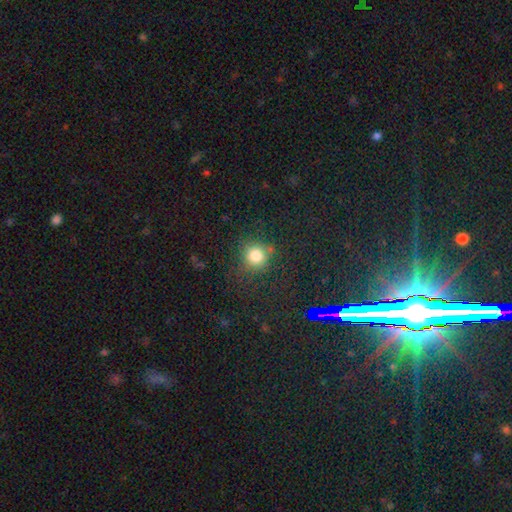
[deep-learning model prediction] Q: Smooth or featured?
A: smooth (76%); runner-up: star or artifact (18%)
Q: How rounded?
A: round (90%); runner-up: in between (9%)
Q: Merging?
A: none (78%); runner-up: minor disturbance (13%)